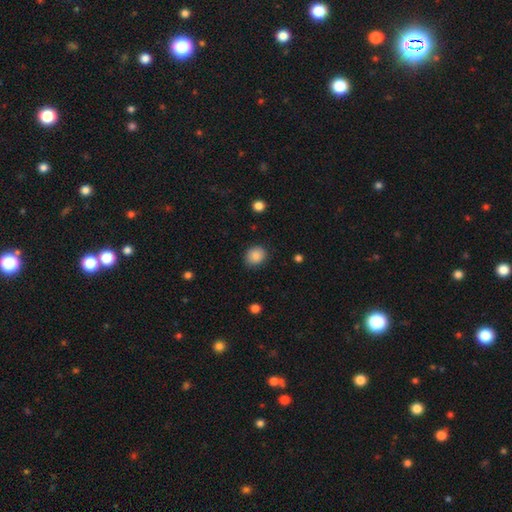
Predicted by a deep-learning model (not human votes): The model was most divided on "how rounded": round: 64%, in between: 35%, cigar-shaped: 1%. More confident: smooth or featured — smooth (87%); merging — none (85%).